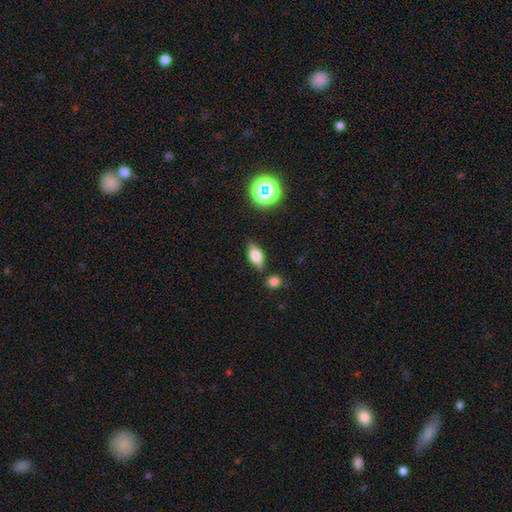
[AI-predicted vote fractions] smooth 61%, featured or disk 28%, star or artifact 11%. Down the decision tree: how rounded — in between (76%); merging — none (80%).